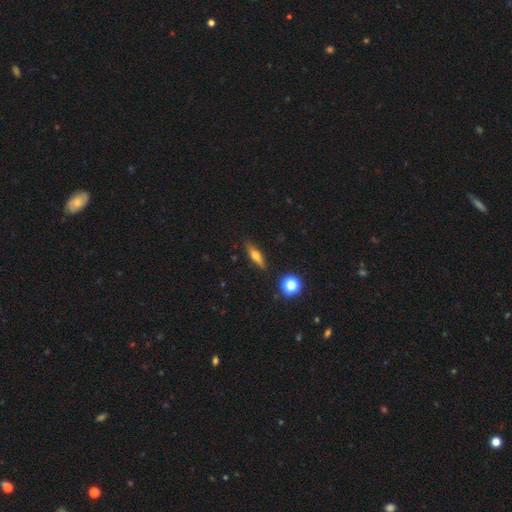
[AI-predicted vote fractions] Smooth or featured? Predicted: featured or disk (p=0.47). Merging? Predicted: none (p=0.88).